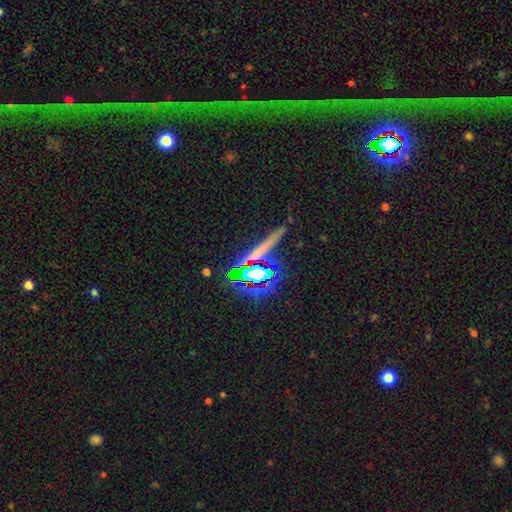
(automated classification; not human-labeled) Smooth or featured: star or artifact — 51% (smooth — 25%)